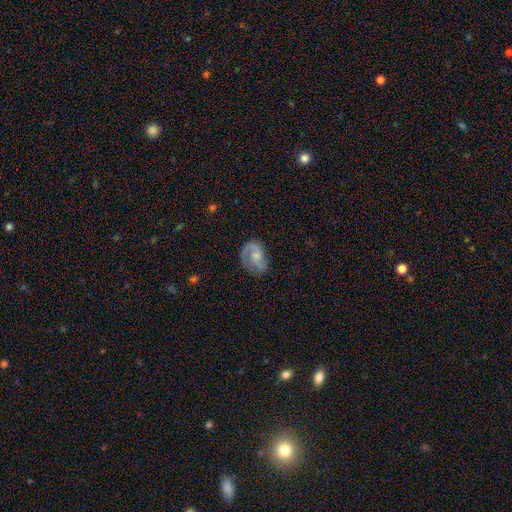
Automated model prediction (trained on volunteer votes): Smooth or featured: featured or disk — 56% (smooth — 37%)
Edge-on disk: no — 97% (yes — 3%)
Bar: no — 65% (weak — 30%)
Spiral arms: yes — 79% (no — 21%)
Bulge size: moderate — 40% (small — 35%)
Merging: none — 56% (minor disturbance — 26%)